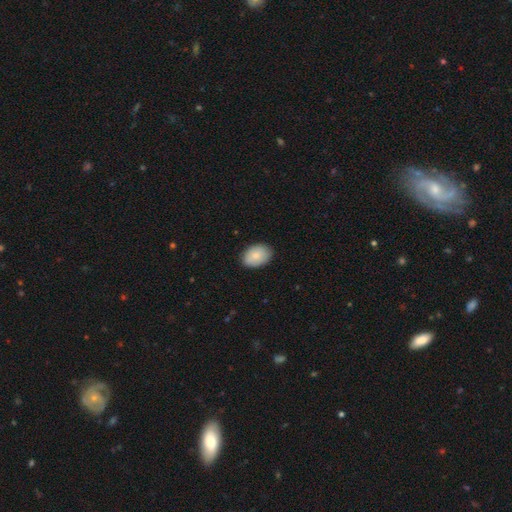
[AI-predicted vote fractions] Q: Smooth or featured?
A: smooth (85%); runner-up: featured or disk (8%)
Q: How rounded?
A: in between (81%); runner-up: round (18%)
Q: Merging?
A: none (85%); runner-up: minor disturbance (12%)